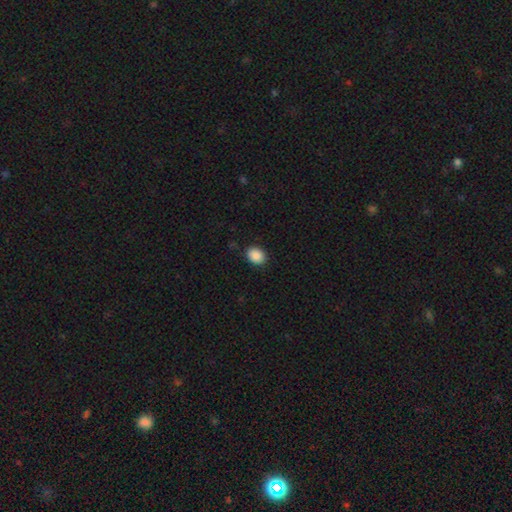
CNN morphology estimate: This appears to be a smooth galaxy with no disk features (89%) that is in between round and cigar-shaped (63%). Merging: none (88%).